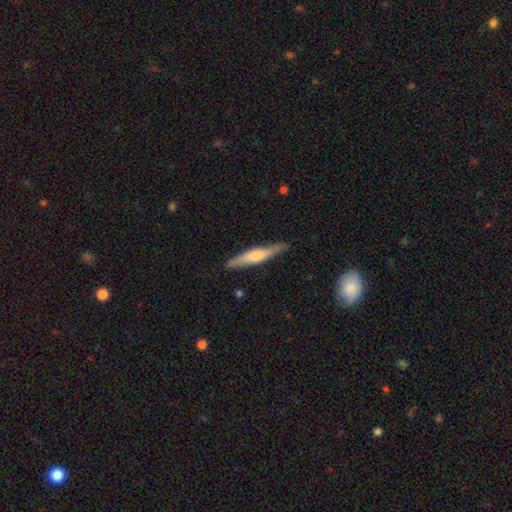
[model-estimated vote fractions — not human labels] smooth_or_featured: featured or disk (p=0.56) [alt: smooth p=0.38]
disk_edge_on: yes (p=0.96) [alt: no p=0.04]
edge_on_bulge: rounded (p=0.75) [alt: boxy p=0.15]
merging: none (p=0.87) [alt: minor disturbance p=0.10]